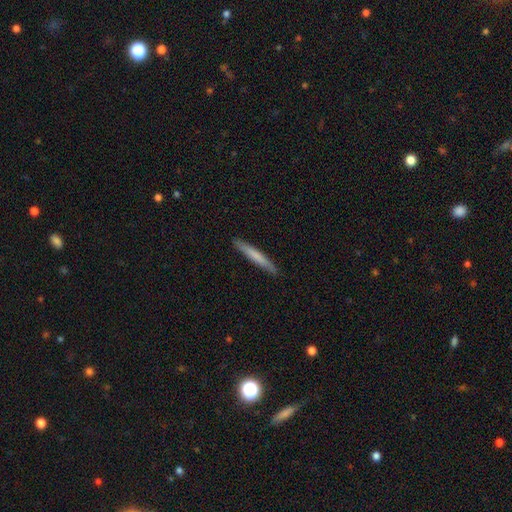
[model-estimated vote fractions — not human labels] smooth 67%, featured or disk 27%, star or artifact 5%. Down the decision tree: how rounded — cigar-shaped (96%); merging — none (90%).